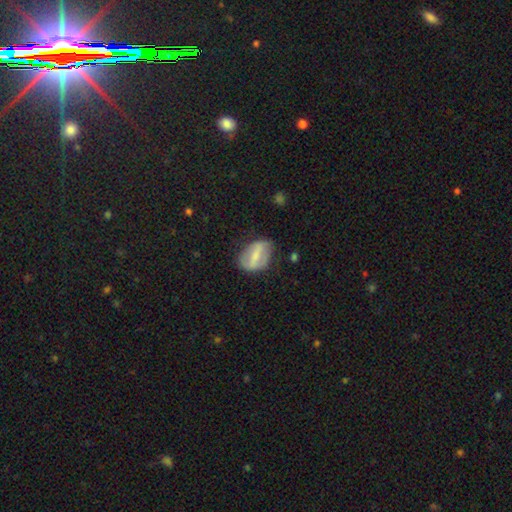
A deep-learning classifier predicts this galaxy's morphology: This is possibly a featured or disk galaxy (51%). It is clearly not viewed edge-on (91%). Merging: likely none (65%).